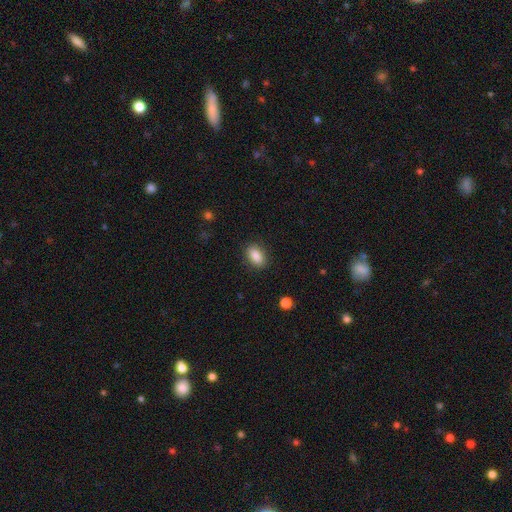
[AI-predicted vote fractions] Smooth or featured: smooth — 87% (star or artifact — 8%)
How rounded: in between — 88% (round — 9%)
Merging: none — 87% (minor disturbance — 10%)